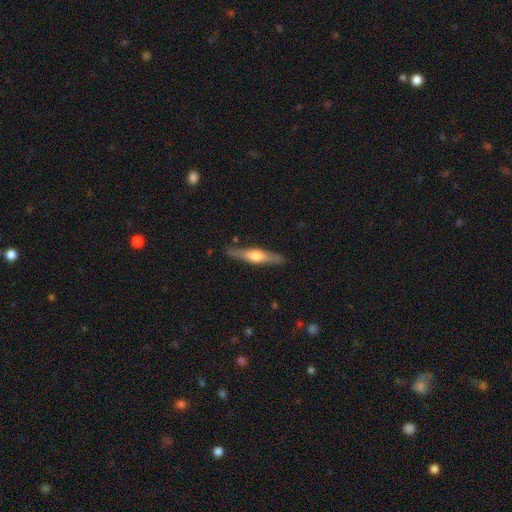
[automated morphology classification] type=featured or disk (61%); edge-on=yes (95%); edge-on bulge=rounded (89%); merging=none (86%).